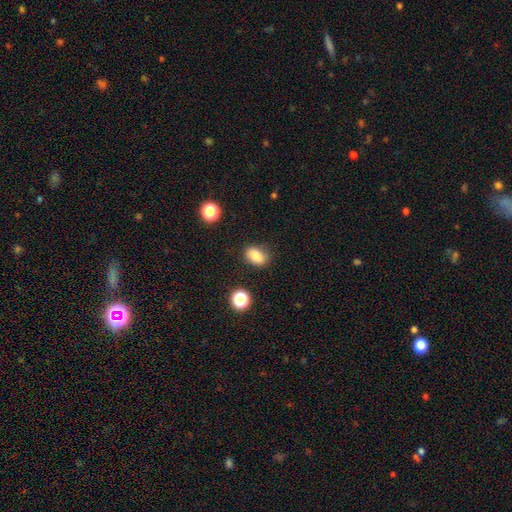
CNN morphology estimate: smooth_or_featured: smooth (p=0.83) [alt: star or artifact p=0.10]
how_rounded: in between (p=0.80) [alt: round p=0.19]
merging: none (p=0.79) [alt: minor disturbance p=0.15]